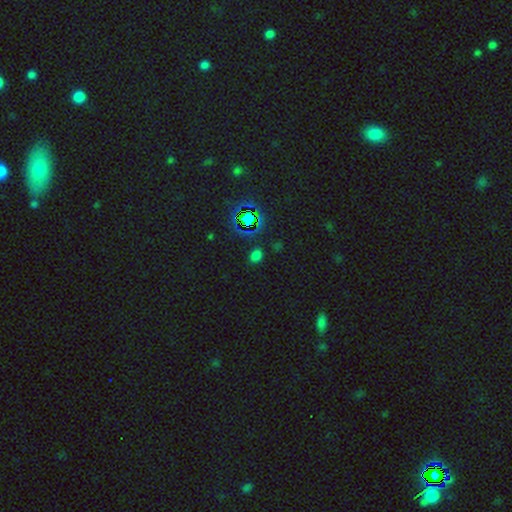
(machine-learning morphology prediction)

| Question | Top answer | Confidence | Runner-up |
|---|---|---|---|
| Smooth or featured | smooth | 57% | star or artifact (38%) |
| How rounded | round | 53% | in between (45%) |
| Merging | none | 83% | minor disturbance (10%) |